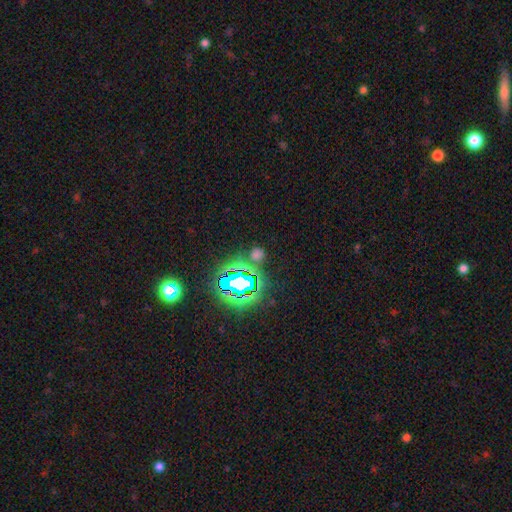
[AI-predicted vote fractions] A star or artifact, not a galaxy (54%).